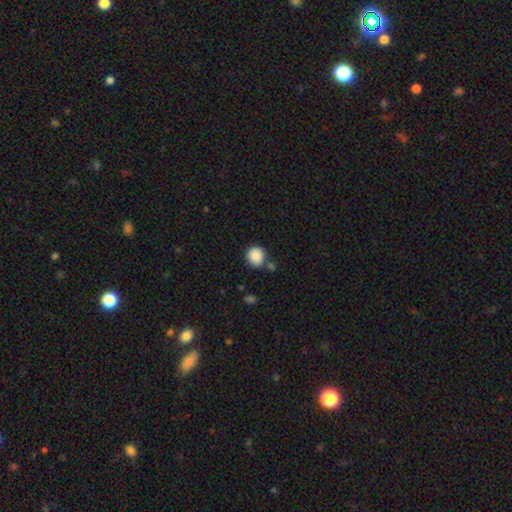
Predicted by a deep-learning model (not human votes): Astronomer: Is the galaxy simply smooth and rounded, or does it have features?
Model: smooth — 88%.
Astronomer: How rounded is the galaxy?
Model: round — 86%.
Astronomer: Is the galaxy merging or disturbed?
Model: none — 71%.